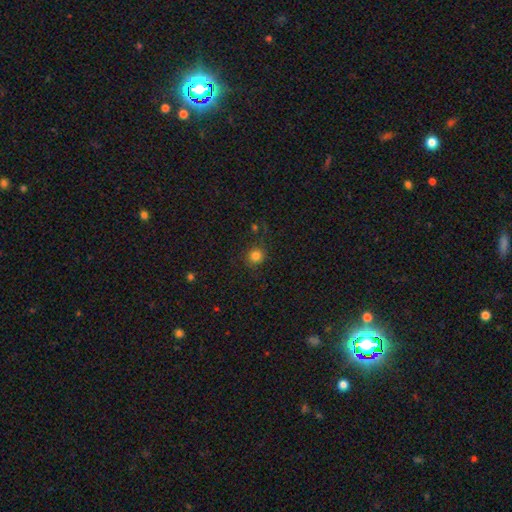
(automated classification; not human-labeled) Morphology: type=smooth (82%); roundness=round (90%); merging=none (86%).